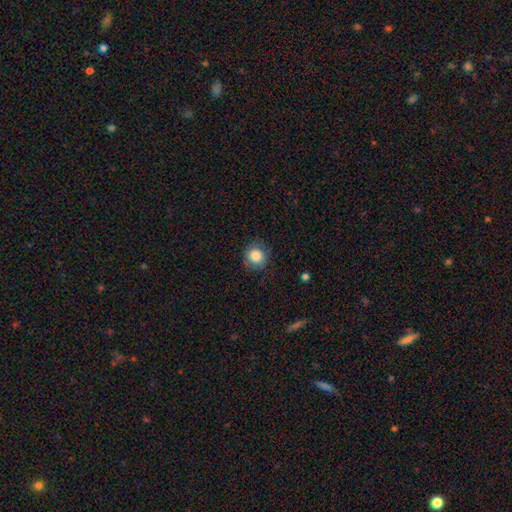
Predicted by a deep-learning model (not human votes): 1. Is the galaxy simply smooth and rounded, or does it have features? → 84% smooth, 10% star or artifact, 7% featured or disk.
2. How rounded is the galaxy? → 87% round, 12% in between, 1% cigar-shaped.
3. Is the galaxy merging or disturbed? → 84% none, 11% minor disturbance, 3% major disturbance, 1% merger.